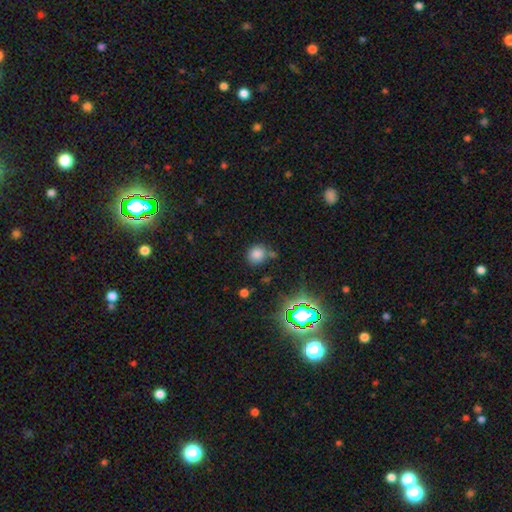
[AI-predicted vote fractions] This is likely a smooth galaxy (74%). How rounded: clearly round (82%). Merging: likely none (70%).